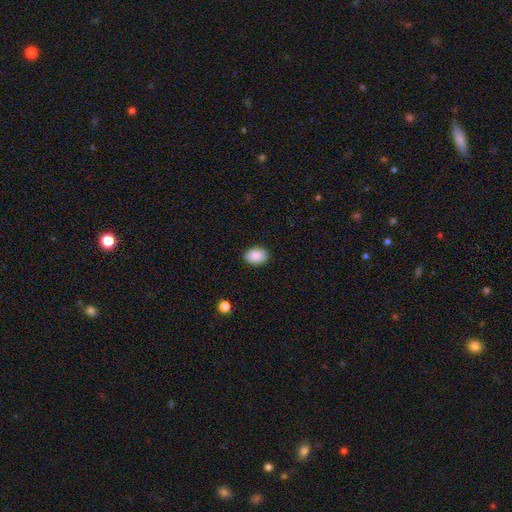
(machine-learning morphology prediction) type=smooth (89%); roundness=in between (73%); merging=none (88%).